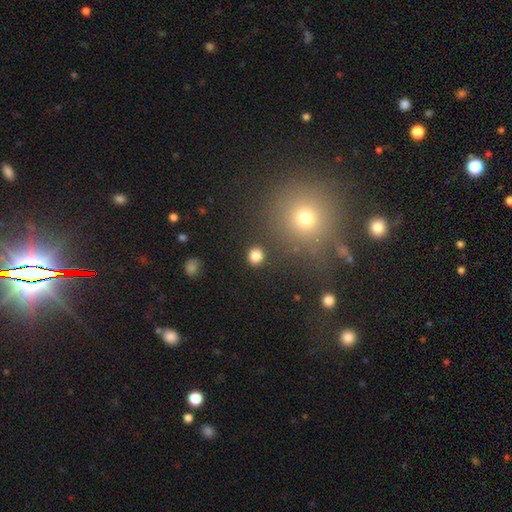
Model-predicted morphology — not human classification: type=smooth (83%); roundness=round (85%); merging=none (89%).